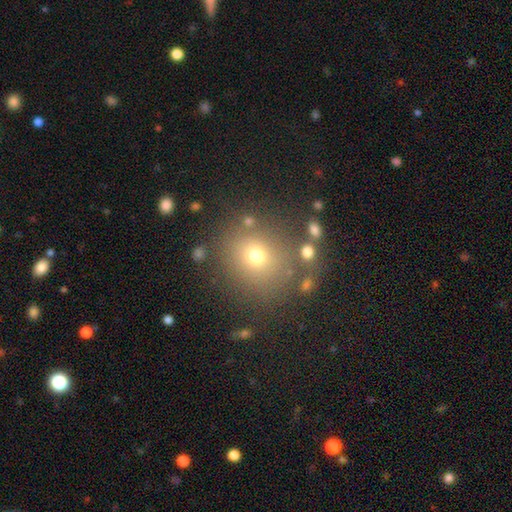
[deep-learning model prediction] This appears to be a smooth galaxy with no disk features (67%) that is round (84%). Merging: none (80%).